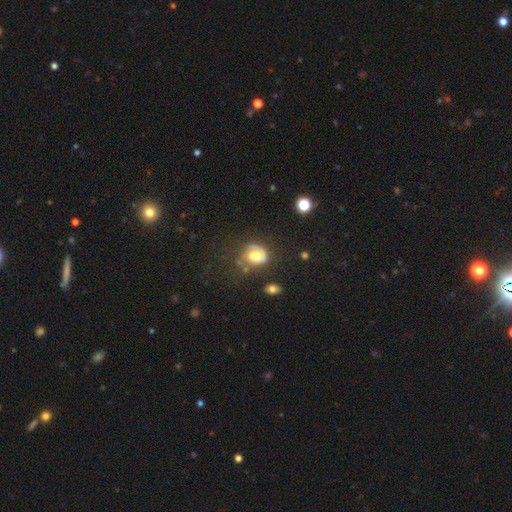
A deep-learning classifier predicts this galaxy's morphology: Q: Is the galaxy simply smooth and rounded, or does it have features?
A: featured or disk — 54%.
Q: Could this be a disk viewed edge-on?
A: no — 97%.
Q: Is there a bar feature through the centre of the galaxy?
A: no — 69%.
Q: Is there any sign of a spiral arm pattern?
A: yes — 76%.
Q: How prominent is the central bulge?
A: moderate — 49%.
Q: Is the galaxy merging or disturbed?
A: none — 51%.